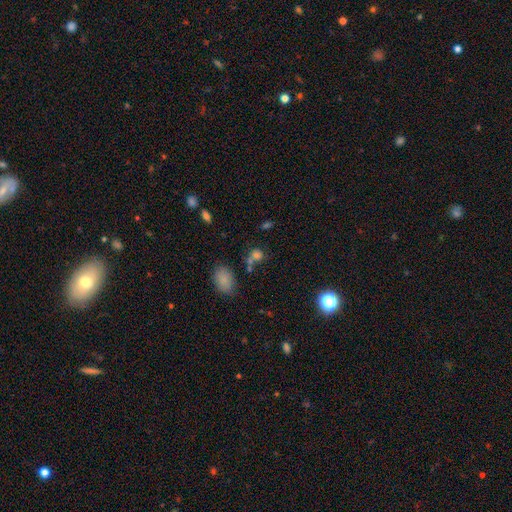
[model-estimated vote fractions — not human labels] This appears to be a smooth galaxy with no disk features (67%) that is round (63%). Merging: none (56%).